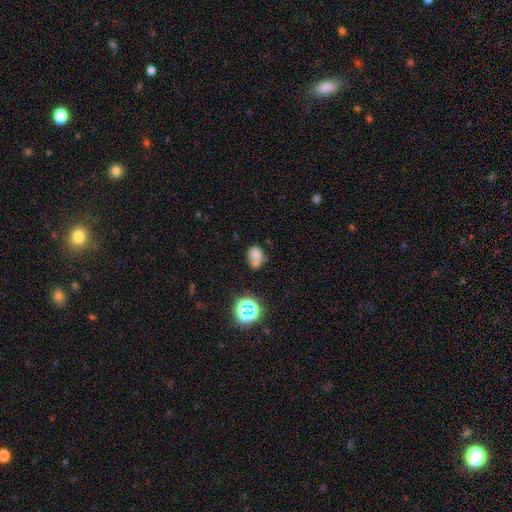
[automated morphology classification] smooth-or-featured: smooth: 69% | star or artifact: 17% | featured or disk: 14%
  how-rounded: in between: 53% | round: 46% | cigar-shaped: 1%
  merging: none: 38% | merger: 36% | minor disturbance: 18% | major disturbance: 8%